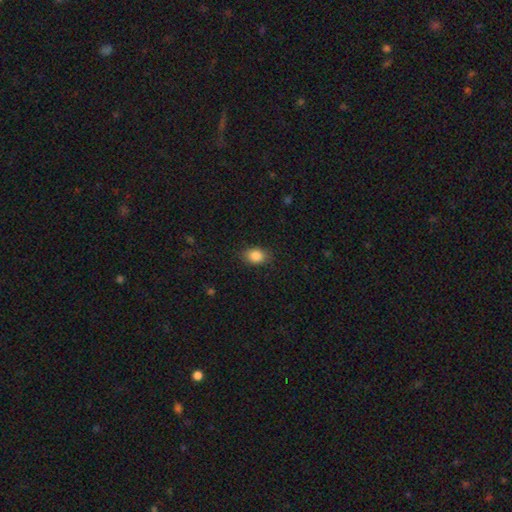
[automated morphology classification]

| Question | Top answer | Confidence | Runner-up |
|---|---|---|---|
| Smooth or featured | smooth | 86% | star or artifact (9%) |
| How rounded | in between | 69% | round (30%) |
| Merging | none | 84% | minor disturbance (12%) |